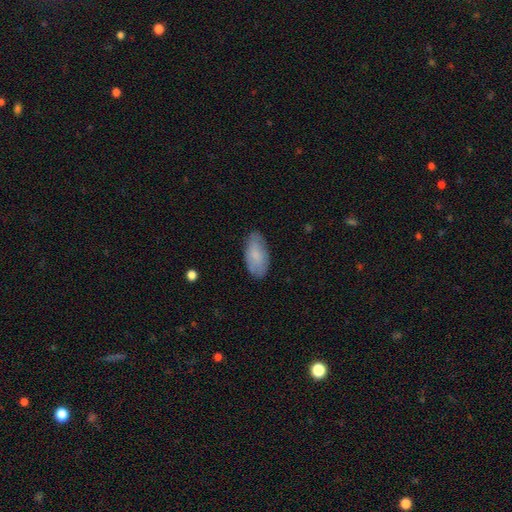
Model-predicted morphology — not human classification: Q: Smooth or featured?
A: smooth (77%); runner-up: featured or disk (17%)
Q: How rounded?
A: in between (93%); runner-up: cigar-shaped (4%)
Q: Merging?
A: none (79%); runner-up: minor disturbance (17%)